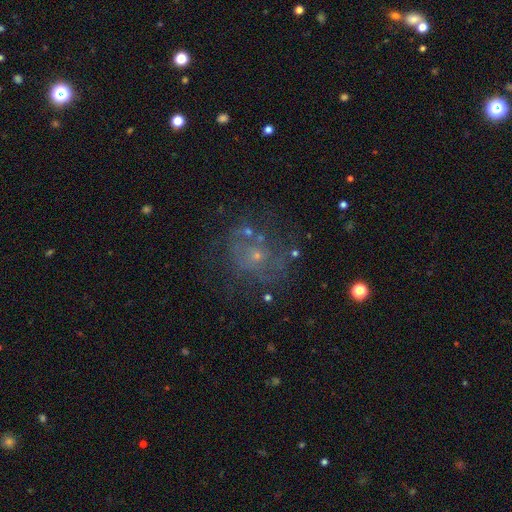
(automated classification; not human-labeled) Smooth or featured?
  - featured or disk: 40% *
  - star or artifact: 32%
  - smooth: 28%
Merging?
  - none: 65% *
  - minor disturbance: 16%
  - major disturbance: 14%
  - merger: 6%